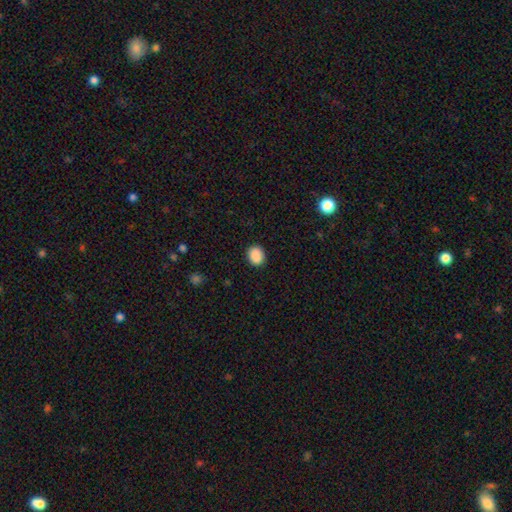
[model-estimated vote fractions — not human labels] A smooth galaxy with no disk features (89%) that is round (60%). Merging: none (89%).